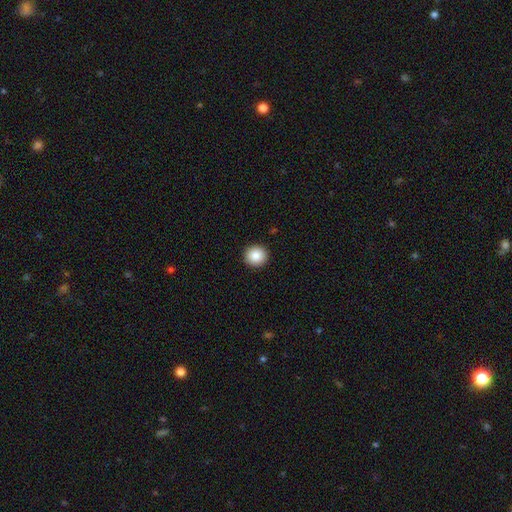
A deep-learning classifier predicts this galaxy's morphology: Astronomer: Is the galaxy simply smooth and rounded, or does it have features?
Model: smooth — 88%.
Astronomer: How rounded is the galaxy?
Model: round — 94%.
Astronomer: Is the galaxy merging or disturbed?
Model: none — 93%.